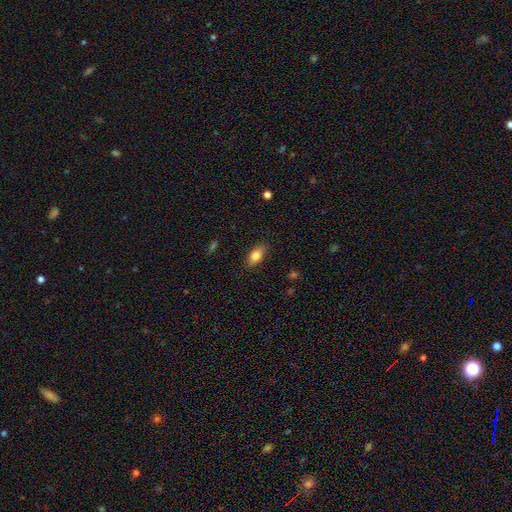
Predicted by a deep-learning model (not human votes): This appears to be a smooth galaxy with no disk features (82%) that is in between round and cigar-shaped (88%). Merging: none (85%).